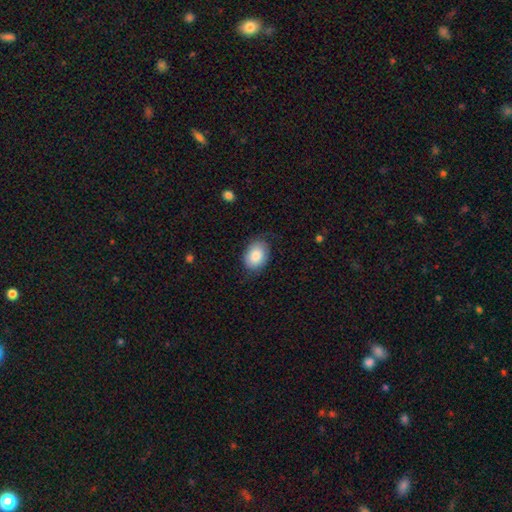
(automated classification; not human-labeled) The model was most divided on "how rounded": in between: 77%, round: 22%, cigar-shaped: 1%. More confident: smooth or featured — smooth (84%); merging — none (75%).